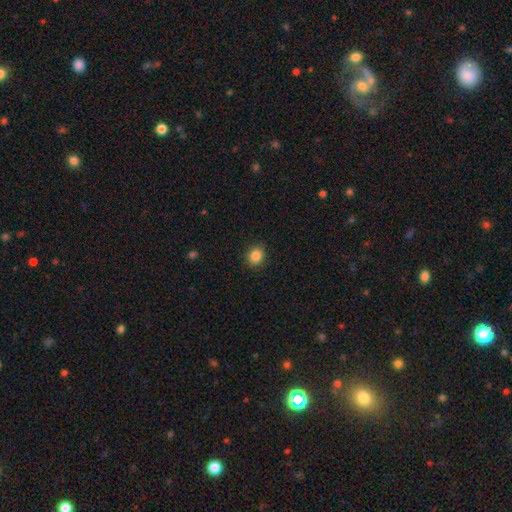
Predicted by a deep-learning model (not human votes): This appears to be a smooth galaxy with no disk features (86%) that is round (74%). Merging: none (89%).